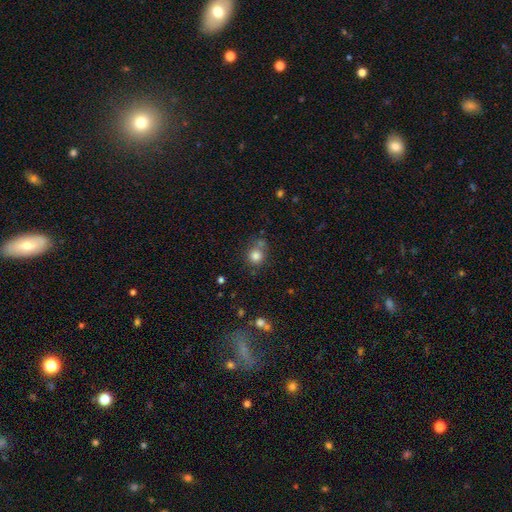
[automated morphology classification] Smooth or featured? smooth (82%)
How rounded? round (87%)
Merging? none (63%)